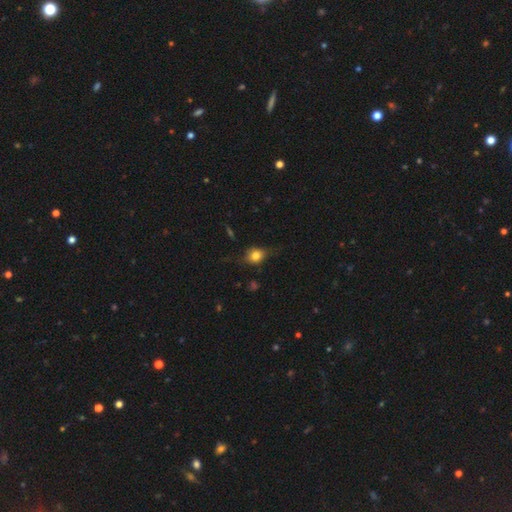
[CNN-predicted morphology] This appears to be a smooth galaxy with no disk features (74%) that is round (55%). Merging: none (64%).